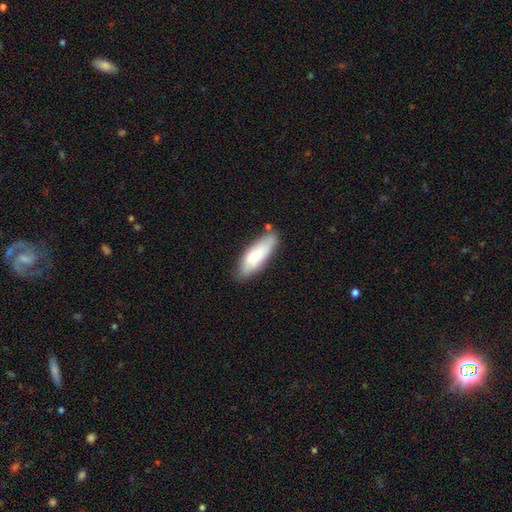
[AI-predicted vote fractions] smooth 72%, featured or disk 22%, star or artifact 6%. Down the decision tree: how rounded — in between (57%); merging — none (75%).